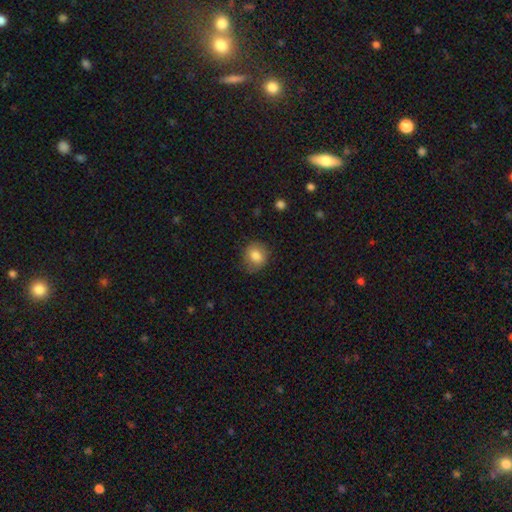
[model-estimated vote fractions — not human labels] The model was most divided on "how rounded": round: 75%, in between: 24%, cigar-shaped: 1%. More confident: smooth or featured — smooth (81%); merging — none (76%).